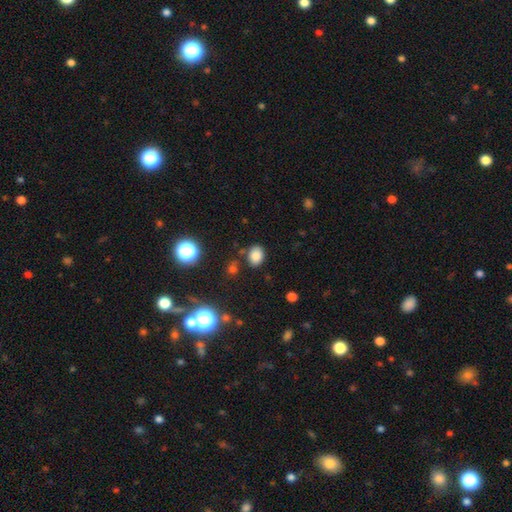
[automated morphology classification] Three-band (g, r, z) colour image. It shows a smooth galaxy with no disk features (81%) that is in between round and cigar-shaped (67%). Merging: none (80%).